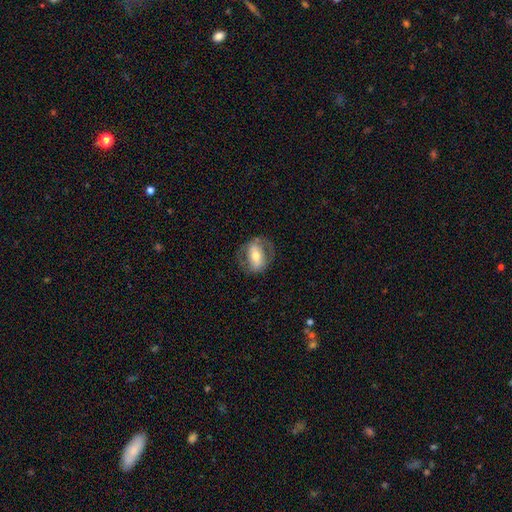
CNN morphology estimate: type=featured or disk (55%); edge-on=no (91%); bar=strong (41%); spiral arms=no (58%); bulge=moderate (64%); merging=none (70%).